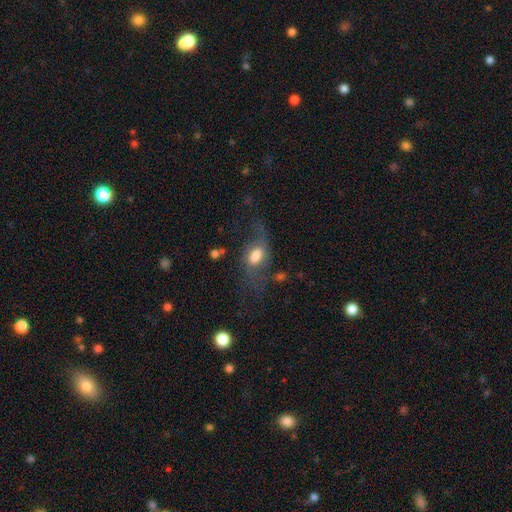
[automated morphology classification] The model was most divided on "smooth or featured": smooth: 47%, featured or disk: 43%, star or artifact: 10%. Remaining: merging — none (43%).